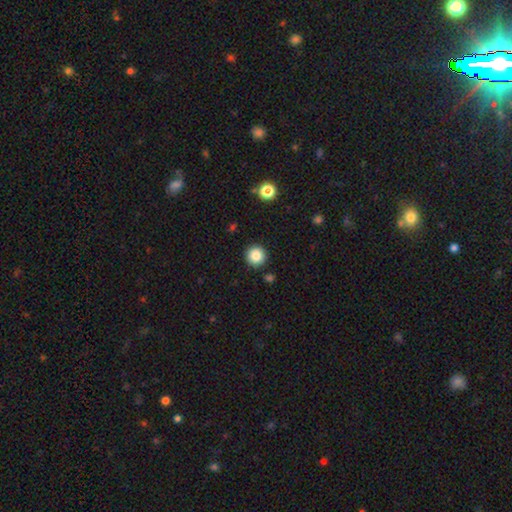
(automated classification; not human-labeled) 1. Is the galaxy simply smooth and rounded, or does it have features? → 85% smooth, 10% star or artifact, 5% featured or disk.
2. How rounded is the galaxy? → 96% round, 3% in between, 1% cigar-shaped.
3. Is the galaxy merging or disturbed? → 91% none, 6% minor disturbance, 2% major disturbance, 2% merger.